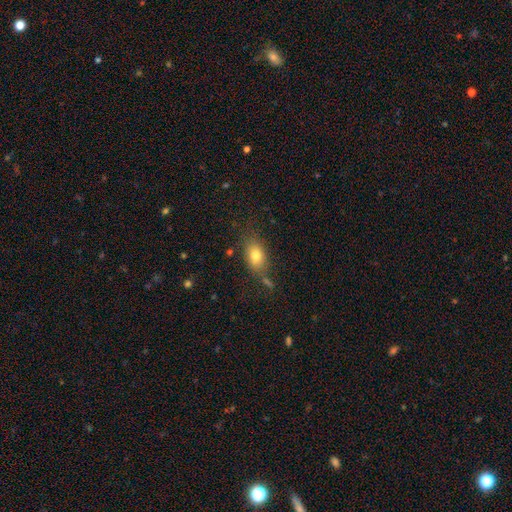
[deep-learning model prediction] Smooth or featured? smooth (77%)
How rounded? in between (81%)
Merging? none (72%)